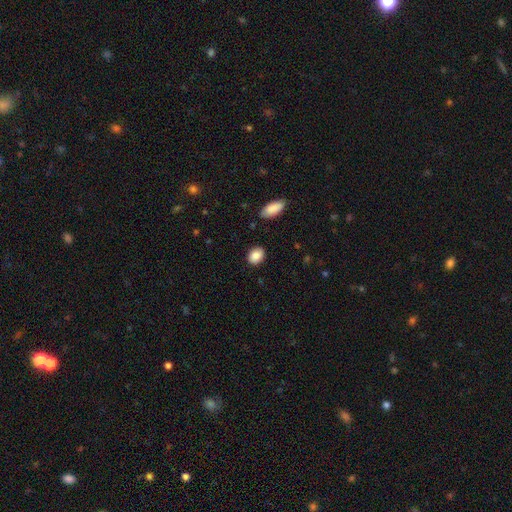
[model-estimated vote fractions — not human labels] A smooth galaxy with no disk features (87%) that is in between round and cigar-shaped (60%). Merging: none (88%).